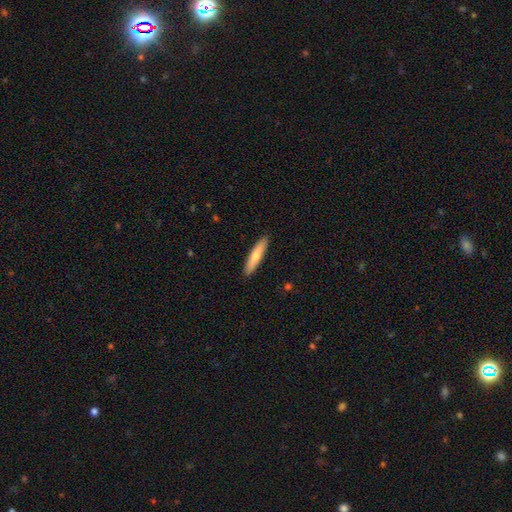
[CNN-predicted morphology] type=smooth (68%); roundness=cigar-shaped (85%); merging=none (91%).